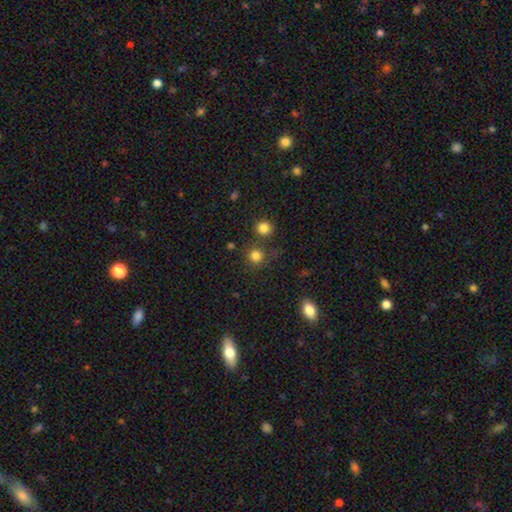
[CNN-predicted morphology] Smooth or featured?
  - smooth: 80% *
  - star or artifact: 15%
  - featured or disk: 5%
How rounded?
  - round: 91% *
  - in between: 8%
  - cigar-shaped: 1%
Merging?
  - none: 75% *
  - merger: 13%
  - minor disturbance: 8%
  - major disturbance: 4%